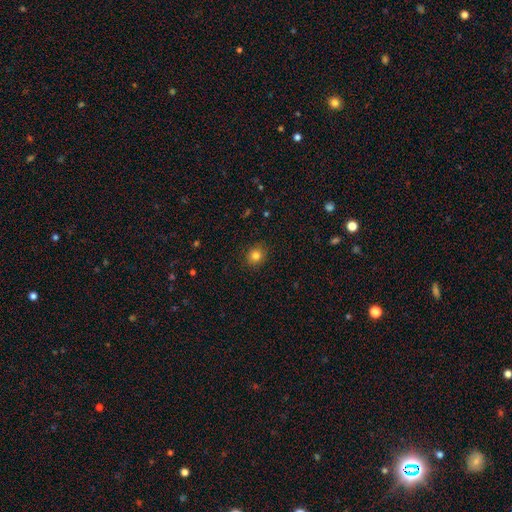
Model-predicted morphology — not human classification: Smooth or featured? Predicted: smooth (p=0.82). How rounded? Predicted: round (p=0.78). Merging? Predicted: none (p=0.89).